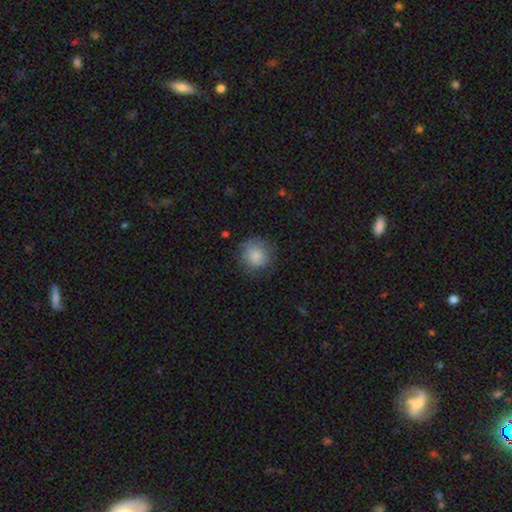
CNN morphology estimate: This appears to be a smooth galaxy with no disk features (85%) that is round (91%). Merging: none (78%).